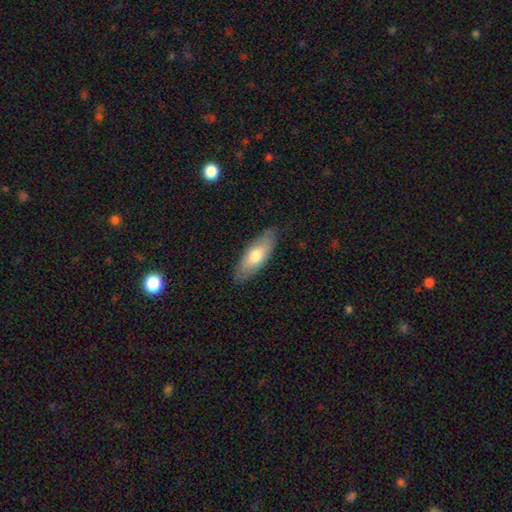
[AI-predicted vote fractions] Smooth or featured? Predicted: smooth (p=0.69). How rounded? Predicted: in between (p=0.72). Merging? Predicted: none (p=0.84).